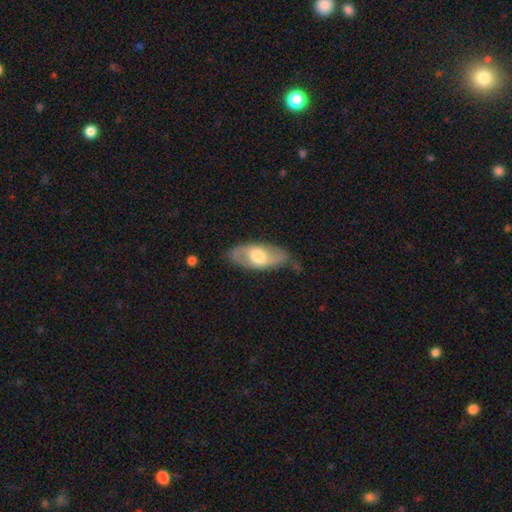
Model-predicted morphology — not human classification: This appears to be a featured or disk galaxy (48%). Merging: none (76%).